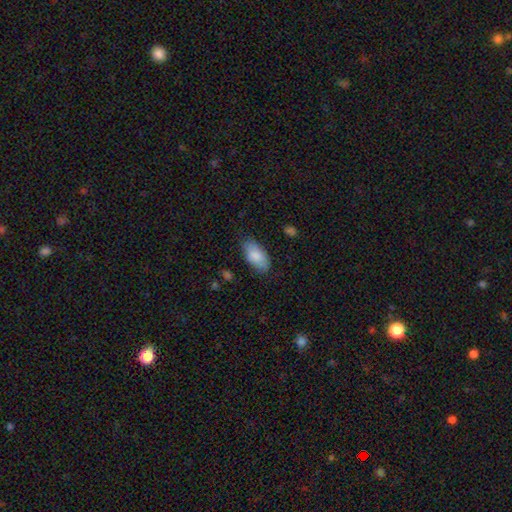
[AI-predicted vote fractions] Smooth or featured: smooth — 85% (featured or disk — 9%)
How rounded: in between — 93% (cigar-shaped — 5%)
Merging: none — 78% (minor disturbance — 17%)